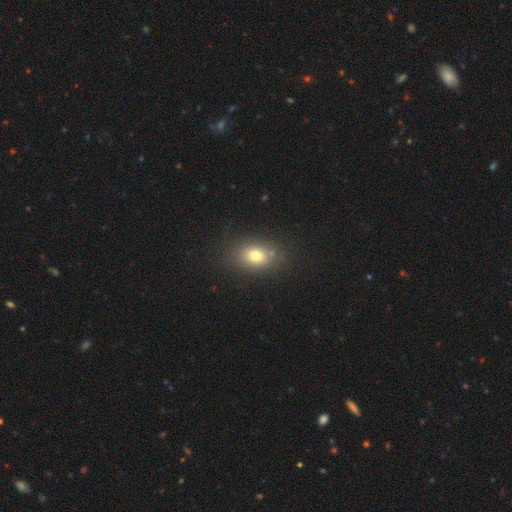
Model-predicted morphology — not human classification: type=smooth (75%); roundness=in between (67%); merging=none (79%).